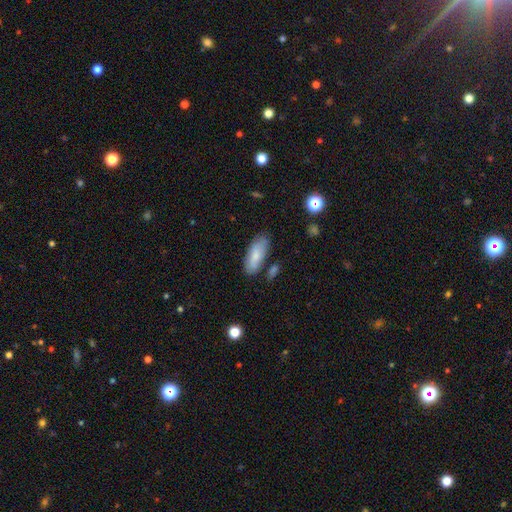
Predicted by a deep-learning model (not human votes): smooth 80%, featured or disk 14%, star or artifact 6%. Down the decision tree: how rounded — in between (83%); merging — none (73%).